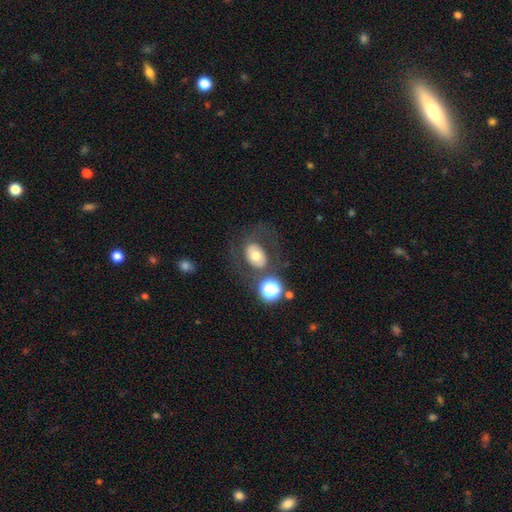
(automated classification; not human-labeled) Smooth or featured?
  - smooth: 60% *
  - featured or disk: 28%
  - star or artifact: 12%
How rounded?
  - in between: 71% *
  - round: 28%
  - cigar-shaped: 1%
Merging?
  - none: 62% *
  - major disturbance: 15%
  - minor disturbance: 14%
  - merger: 9%